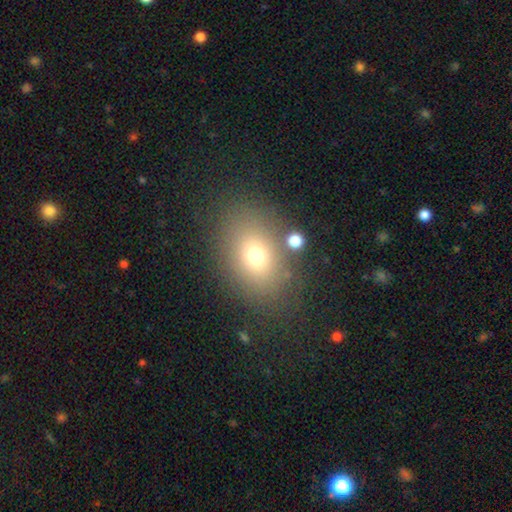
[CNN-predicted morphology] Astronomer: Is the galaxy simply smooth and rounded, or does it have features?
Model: smooth — 70%.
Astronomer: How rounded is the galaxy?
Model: in between — 69%.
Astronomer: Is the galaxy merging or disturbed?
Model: none — 78%.